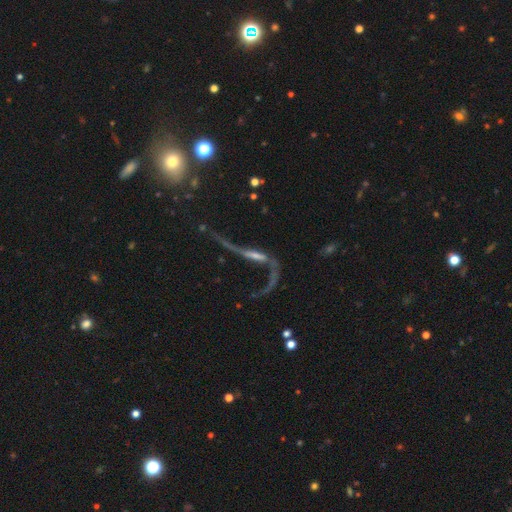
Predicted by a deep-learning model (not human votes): Smooth or featured? Predicted: featured or disk (p=0.80). Edge-on disk? Predicted: no (p=0.73). Bar? Predicted: no (p=0.36). Spiral arms? Predicted: yes (p=0.80). Bulge size? Predicted: small (p=0.47). Merging? Predicted: major disturbance (p=0.41).